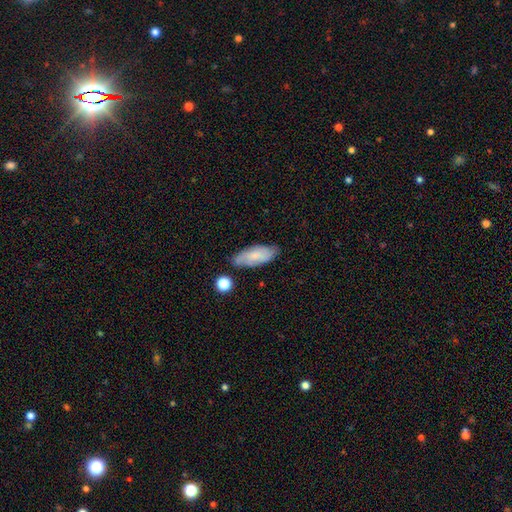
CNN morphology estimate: Q: Smooth or featured?
A: smooth (66%); runner-up: featured or disk (26%)
Q: How rounded?
A: in between (80%); runner-up: cigar-shaped (17%)
Q: Merging?
A: none (70%); runner-up: minor disturbance (21%)